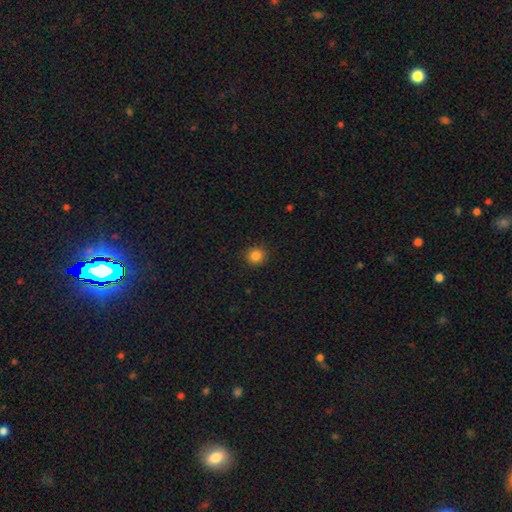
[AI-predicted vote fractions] Smooth or featured?
  - smooth: 85% *
  - star or artifact: 11%
  - featured or disk: 4%
How rounded?
  - round: 92% *
  - in between: 7%
  - cigar-shaped: 1%
Merging?
  - none: 91% *
  - minor disturbance: 6%
  - major disturbance: 2%
  - merger: 1%